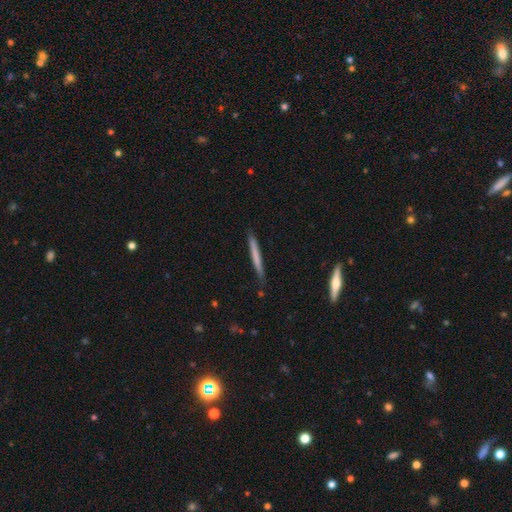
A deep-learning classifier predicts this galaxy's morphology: A smooth galaxy with no disk features (62%) that is cigar-shaped (97%). Merging: none (83%).